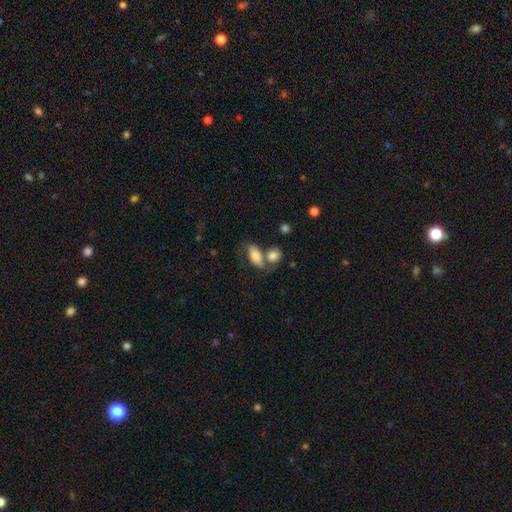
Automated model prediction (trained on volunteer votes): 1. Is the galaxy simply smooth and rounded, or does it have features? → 78% smooth, 14% featured or disk, 8% star or artifact.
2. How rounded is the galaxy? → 88% in between, 7% round, 5% cigar-shaped.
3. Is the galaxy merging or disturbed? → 38% merger (tied), 38% none (tied), 15% minor disturbance, 9% major disturbance.